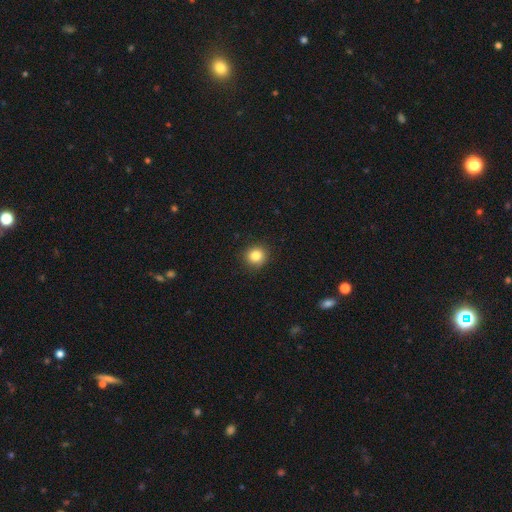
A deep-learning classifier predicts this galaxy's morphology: smooth_or_featured: smooth (p=0.84) [alt: star or artifact p=0.11]
how_rounded: round (p=0.90) [alt: in between p=0.09]
merging: none (p=0.90) [alt: minor disturbance p=0.07]